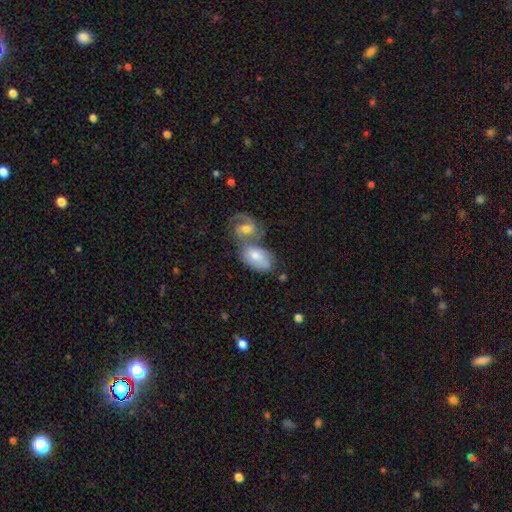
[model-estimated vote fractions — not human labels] Smooth or featured: featured or disk — 48% (smooth — 45%)
Merging: merger — 65% (none — 20%)